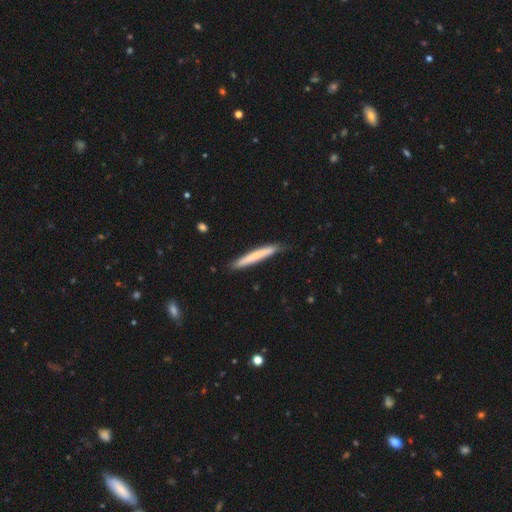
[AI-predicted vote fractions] Morphology: type=smooth (68%); roundness=cigar-shaped (96%); merging=none (86%).